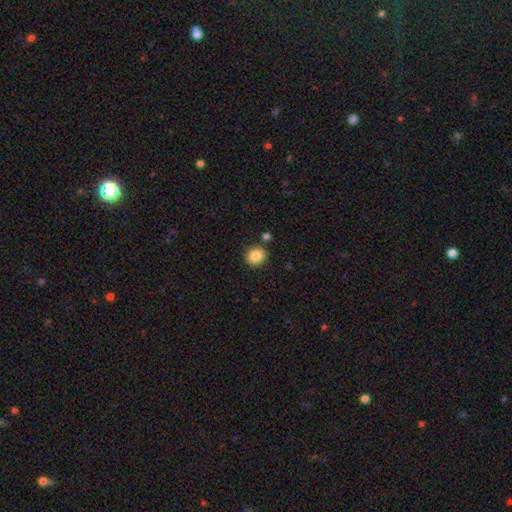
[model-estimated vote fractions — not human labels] A smooth galaxy with no disk features (86%) that is round (84%).

Vote fractions:
- Smooth or featured? smooth: 86% / star or artifact: 9% / featured or disk: 5%
- How rounded? round: 84% / in between: 15% / cigar-shaped: 1%
- Merging? none: 84% / minor disturbance: 8% / merger: 5% / major disturbance: 2%